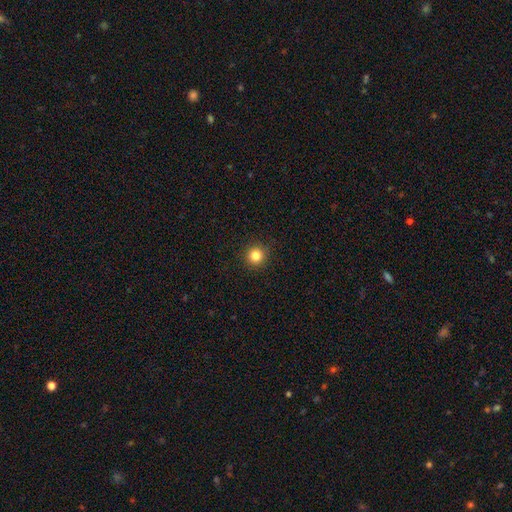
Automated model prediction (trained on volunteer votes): Smooth or featured: smooth — 83% (star or artifact — 12%)
How rounded: round — 95% (in between — 4%)
Merging: none — 93% (minor disturbance — 5%)